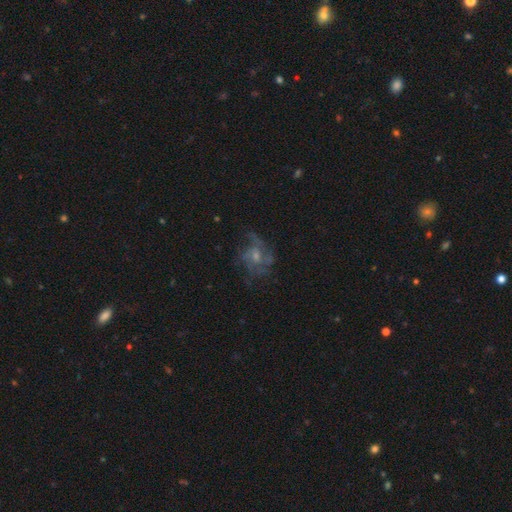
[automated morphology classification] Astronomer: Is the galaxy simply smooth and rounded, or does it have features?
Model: featured or disk — 70%.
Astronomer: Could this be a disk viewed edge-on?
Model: no — 97%.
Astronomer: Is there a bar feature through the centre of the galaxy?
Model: no — 69%.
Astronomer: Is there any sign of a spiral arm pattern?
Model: yes — 86%.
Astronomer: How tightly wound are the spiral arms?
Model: medium — 48% (runner-up: loose, 26%).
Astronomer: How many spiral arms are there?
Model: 3 — 31% (runner-up: can't tell, 28%).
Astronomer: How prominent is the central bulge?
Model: small — 47% (runner-up: moderate, 42%).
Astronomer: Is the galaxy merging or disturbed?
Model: none — 62%.